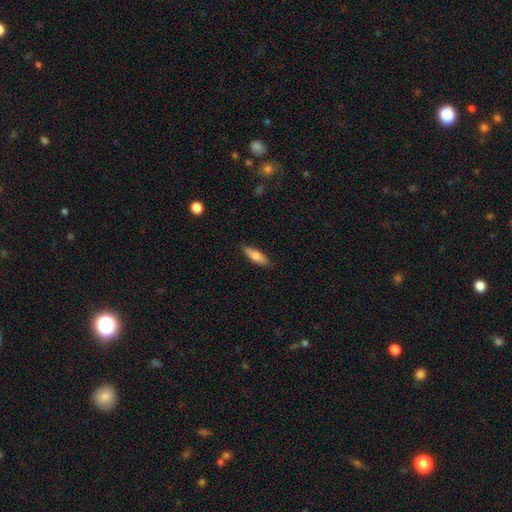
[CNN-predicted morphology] smooth_or_featured: smooth (p=0.68) [alt: featured or disk p=0.26]
how_rounded: cigar-shaped (p=0.58) [alt: in between p=0.40]
merging: none (p=0.85) [alt: minor disturbance p=0.12]